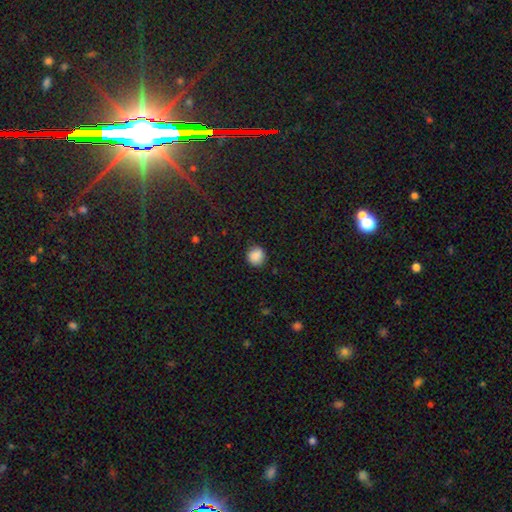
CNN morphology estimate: Smooth or featured: smooth — 88% (star or artifact — 9%)
How rounded: round — 88% (in between — 11%)
Merging: none — 86% (minor disturbance — 10%)